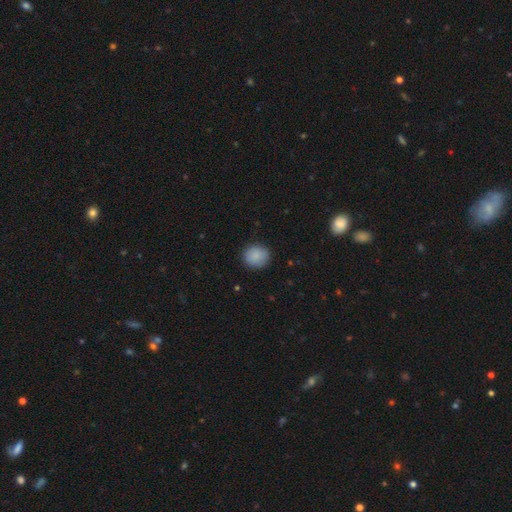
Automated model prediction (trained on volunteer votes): smooth_or_featured: smooth (p=0.88) [alt: star or artifact p=0.08]
how_rounded: round (p=0.83) [alt: in between p=0.16]
merging: none (p=0.88) [alt: minor disturbance p=0.09]